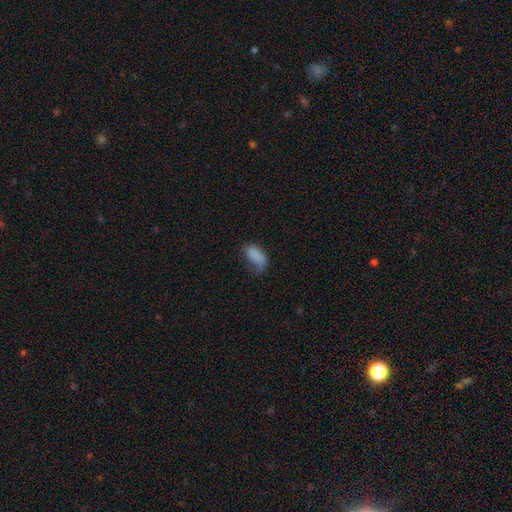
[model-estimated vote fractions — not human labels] The model was most divided on "merging": none: 36%, minor disturbance: 32%, major disturbance: 29%, merger: 4%. More confident: how rounded — in between (91%); smooth or featured — smooth (81%).